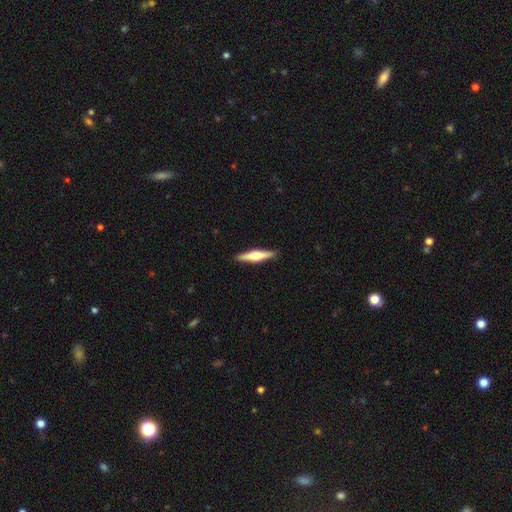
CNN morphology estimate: Overall: featured or disk (61%; smooth 34%). Edge-on disk: yes (97%). Edge-on bulge: rounded (85%). Merging: none (90%).